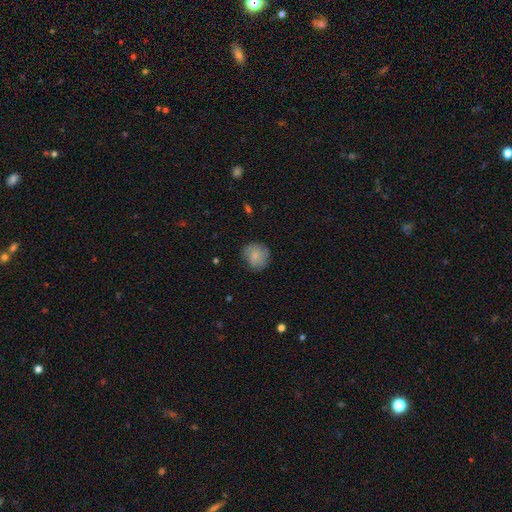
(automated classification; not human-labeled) A smooth galaxy with no disk features (72%) that is round (87%).

Vote fractions:
- Smooth or featured? smooth: 72% / featured or disk: 21% / star or artifact: 8%
- How rounded? round: 87% / in between: 12% / cigar-shaped: 1%
- Merging? none: 76% / minor disturbance: 18% / major disturbance: 5% / merger: 1%